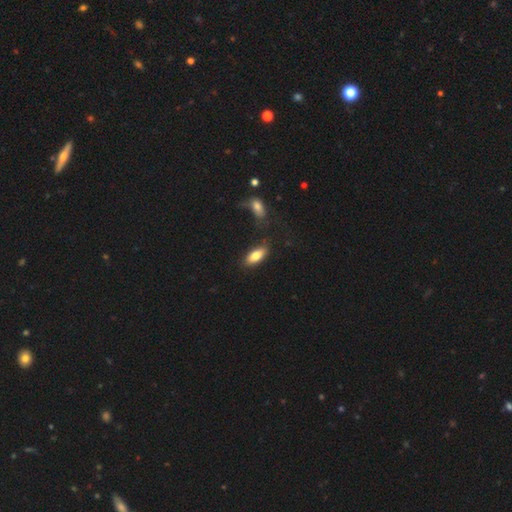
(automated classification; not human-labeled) Smooth or featured? Predicted: smooth (p=0.79). How rounded? Predicted: in between (p=0.80). Merging? Predicted: none (p=0.76).